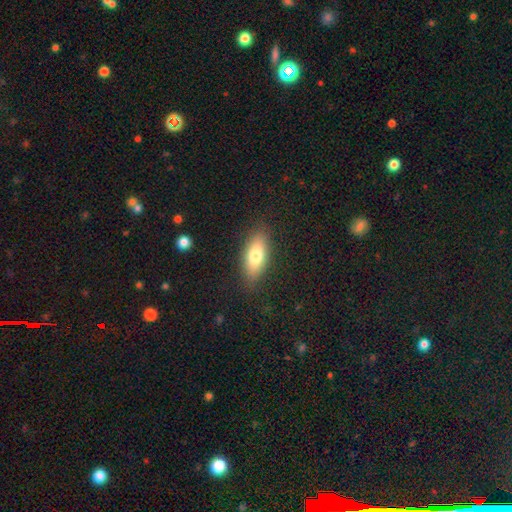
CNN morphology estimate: The model was most divided on "smooth or featured": smooth: 75%, featured or disk: 18%, star or artifact: 7%. More confident: merging — none (85%); how rounded — in between (79%).